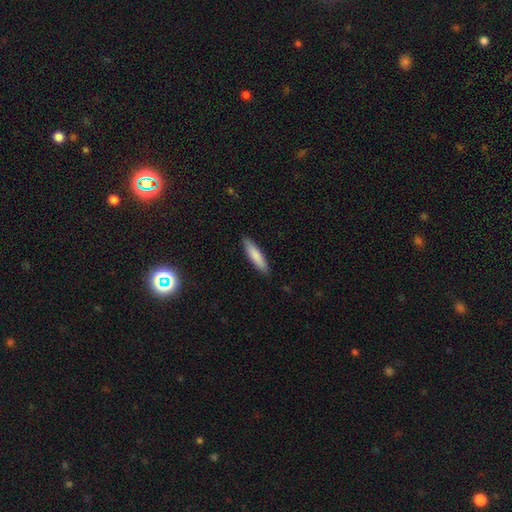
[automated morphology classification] Q: Smooth or featured?
A: smooth (84%); runner-up: featured or disk (11%)
Q: How rounded?
A: cigar-shaped (75%); runner-up: in between (24%)
Q: Merging?
A: none (88%); runner-up: minor disturbance (9%)